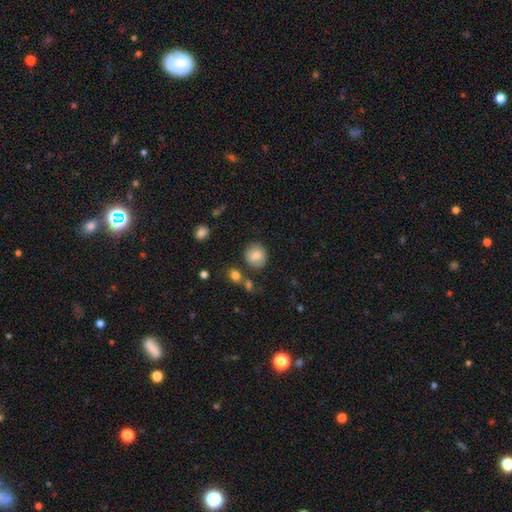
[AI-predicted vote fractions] Smooth or featured?
  - smooth: 82% *
  - featured or disk: 10%
  - star or artifact: 8%
How rounded?
  - round: 85% *
  - in between: 14%
  - cigar-shaped: 1%
Merging?
  - none: 79% *
  - minor disturbance: 12%
  - merger: 6%
  - major disturbance: 4%